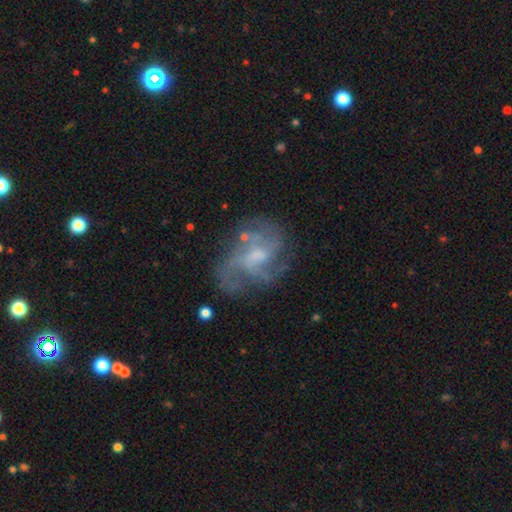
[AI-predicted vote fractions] Morphology: type=featured or disk (78%); edge-on=no (98%); bar=no (51%); spiral arms=yes (86%); winding=medium (47%); arm count=3 (28%); bulge=moderate (38%); merging=none (55%).